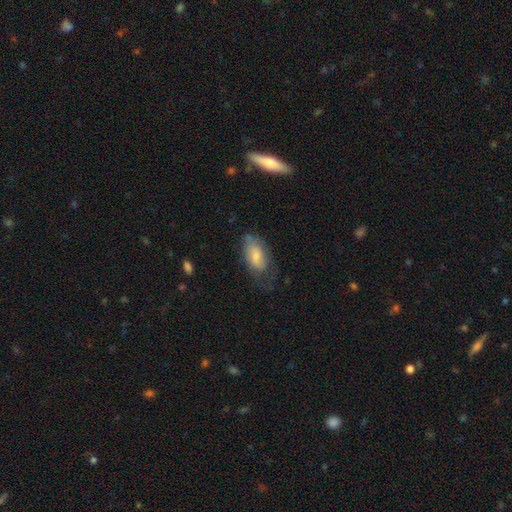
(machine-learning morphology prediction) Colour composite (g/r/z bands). It shows a smooth galaxy with no disk features (67%) that is in between round and cigar-shaped (92%). Merging: none (48%).